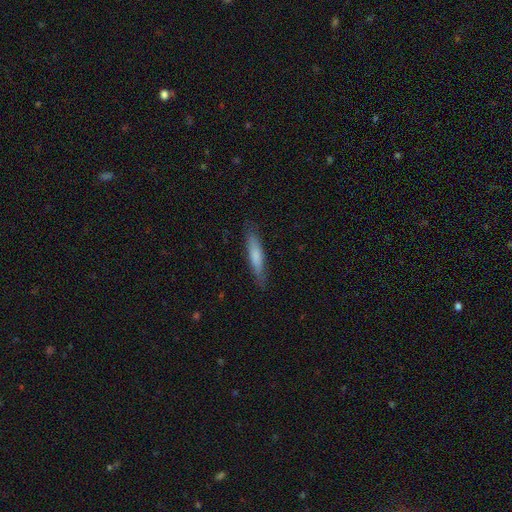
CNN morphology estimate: A smooth galaxy with no disk features (73%) that is cigar-shaped (86%). Merging: none (84%).